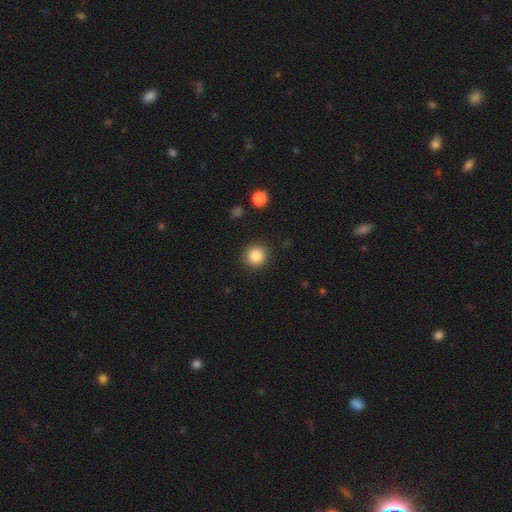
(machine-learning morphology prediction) Smooth or featured: smooth — 86% (star or artifact — 9%)
How rounded: round — 93% (in between — 6%)
Merging: none — 91% (minor disturbance — 6%)